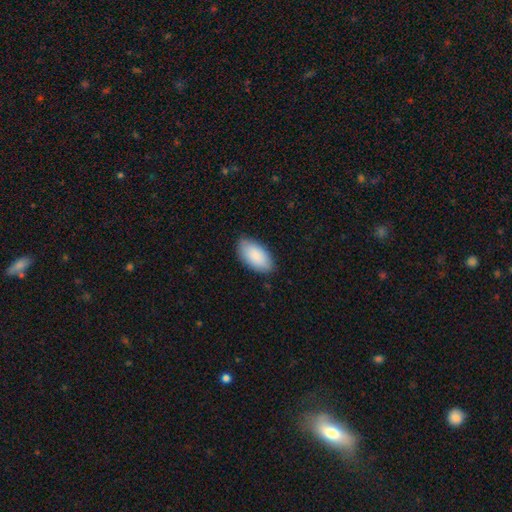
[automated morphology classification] Q: Smooth or featured?
A: smooth (88%); runner-up: featured or disk (6%)
Q: How rounded?
A: in between (96%); runner-up: cigar-shaped (3%)
Q: Merging?
A: none (83%); runner-up: minor disturbance (14%)